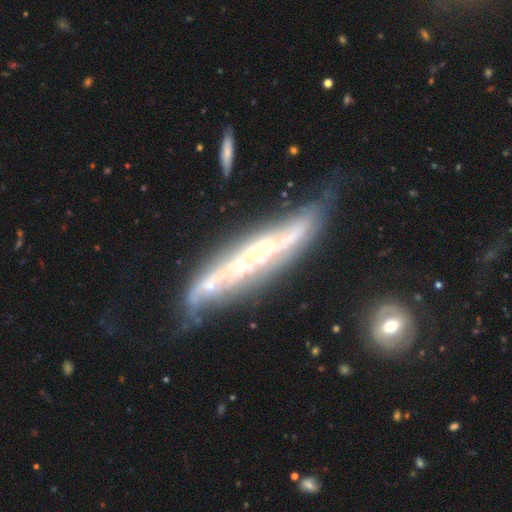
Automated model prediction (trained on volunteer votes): A featured or disk galaxy (80%) viewed edge-on (68%) with no central bulge (54%).

Vote fractions:
- Smooth or featured? featured or disk: 80% / smooth: 13% / star or artifact: 7%
- Edge-on disk? yes: 68% / no: 32%
- Edge-on bulge? none: 54% / rounded: 32% / boxy: 14%
- Merging? none: 53% / minor disturbance: 26% / major disturbance: 14% / merger: 7%